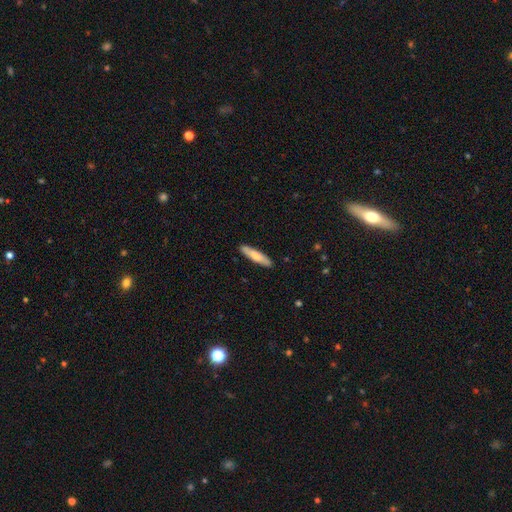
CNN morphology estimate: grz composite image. It shows a smooth galaxy with no disk features (70%) that is cigar-shaped (80%). Merging: none (88%).